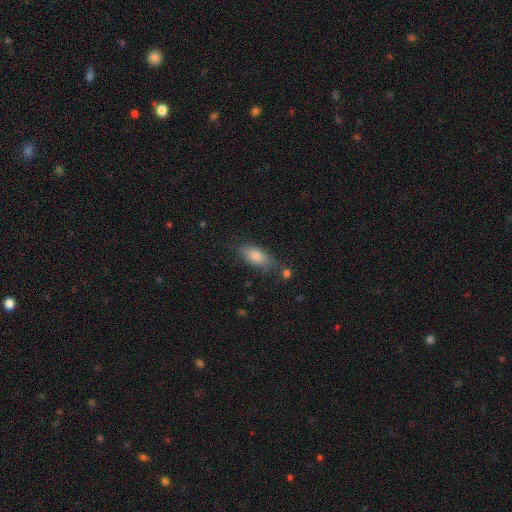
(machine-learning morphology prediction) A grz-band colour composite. It shows a smooth galaxy with no disk features (76%) that is in between round and cigar-shaped (77%). Merging: none (73%).